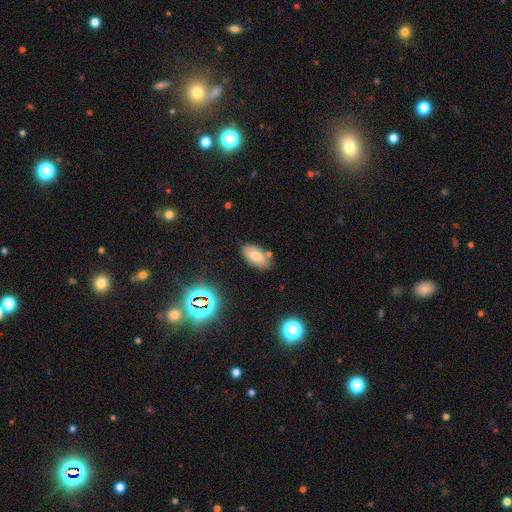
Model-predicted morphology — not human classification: smooth_or_featured: smooth (p=0.74) [alt: featured or disk p=0.14]
how_rounded: in between (p=0.93) [alt: round p=0.04]
merging: none (p=0.77) [alt: minor disturbance p=0.14]